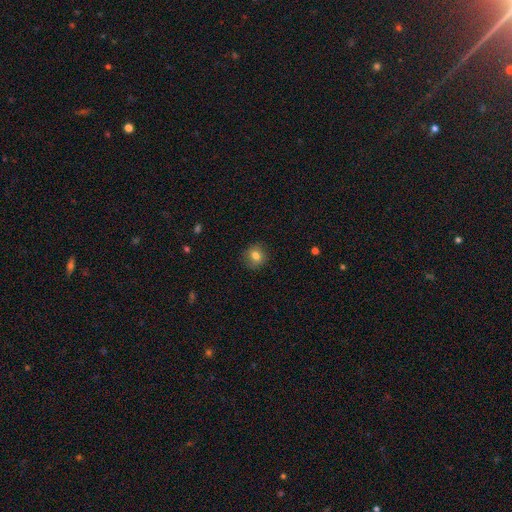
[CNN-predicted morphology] smooth 78%, star or artifact 11%, featured or disk 11%. Down the decision tree: how rounded — round (86%); merging — none (88%).